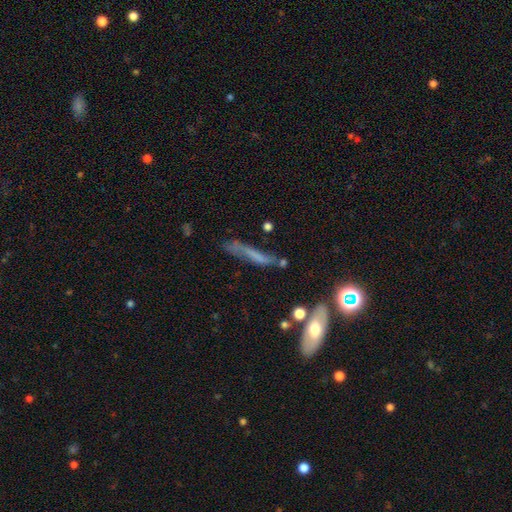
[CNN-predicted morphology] type=smooth (49%); merging=none (46%).